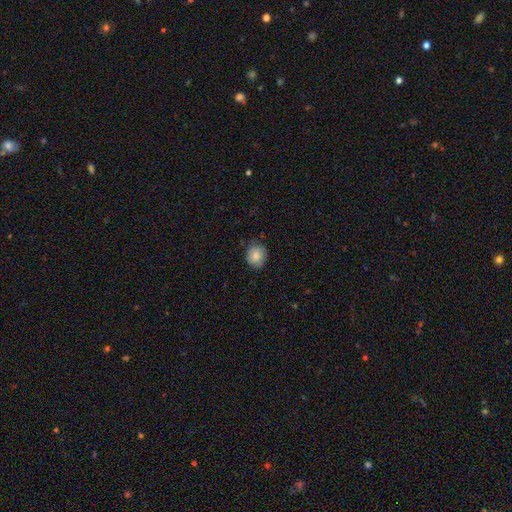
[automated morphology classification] Smooth or featured: smooth — 82% (featured or disk — 10%)
How rounded: round — 71% (in between — 29%)
Merging: none — 75% (minor disturbance — 21%)